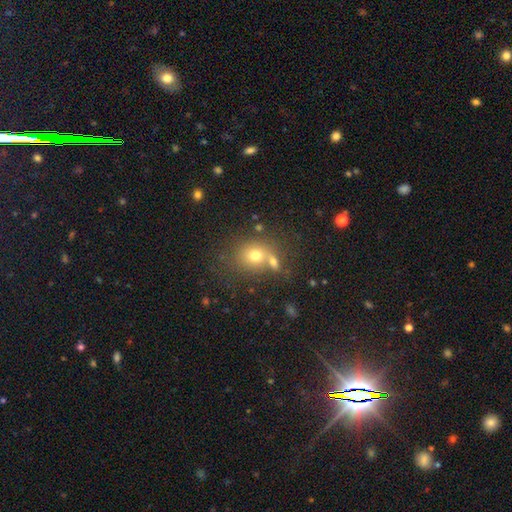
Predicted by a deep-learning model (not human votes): Smooth or featured?
  - smooth: 70% *
  - star or artifact: 15%
  - featured or disk: 15%
How rounded?
  - round: 69% *
  - in between: 30%
  - cigar-shaped: 1%
Merging?
  - none: 48% *
  - merger: 36%
  - minor disturbance: 11%
  - major disturbance: 6%